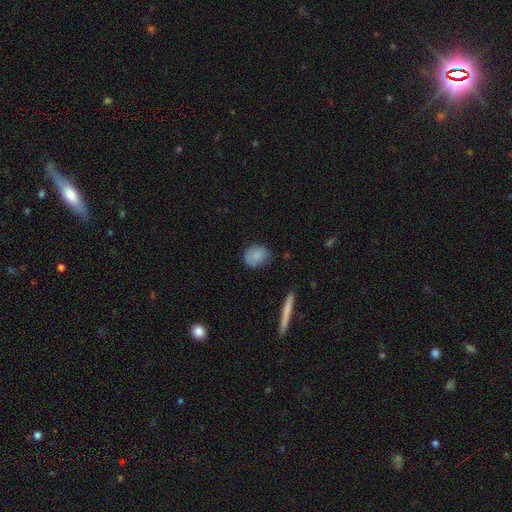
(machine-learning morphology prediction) Q: Smooth or featured?
A: smooth (85%); runner-up: featured or disk (8%)
Q: How rounded?
A: round (51%); runner-up: in between (47%)
Q: Merging?
A: none (72%); runner-up: minor disturbance (22%)